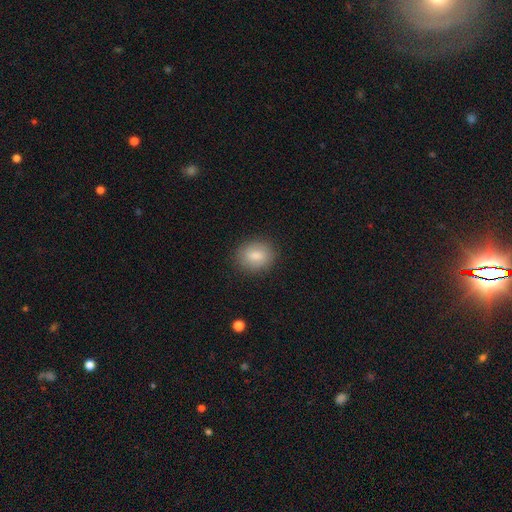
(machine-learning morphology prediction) smooth 83%, featured or disk 9%, star or artifact 7%. Down the decision tree: how rounded — round (55%); merging — none (86%).